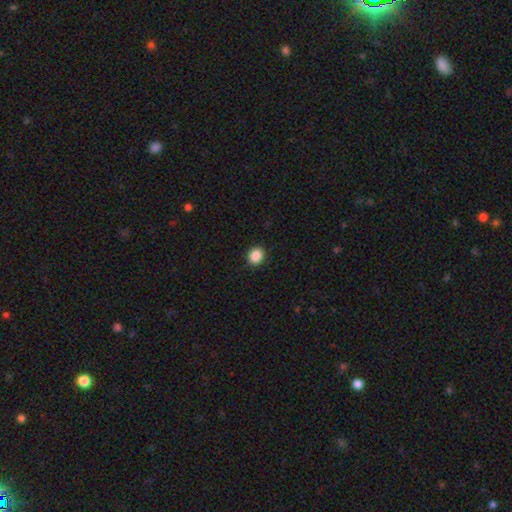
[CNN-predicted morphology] smooth_or_featured: smooth (p=0.88) [alt: star or artifact p=0.09]
how_rounded: round (p=0.75) [alt: in between p=0.24]
merging: none (p=0.91) [alt: minor disturbance p=0.06]